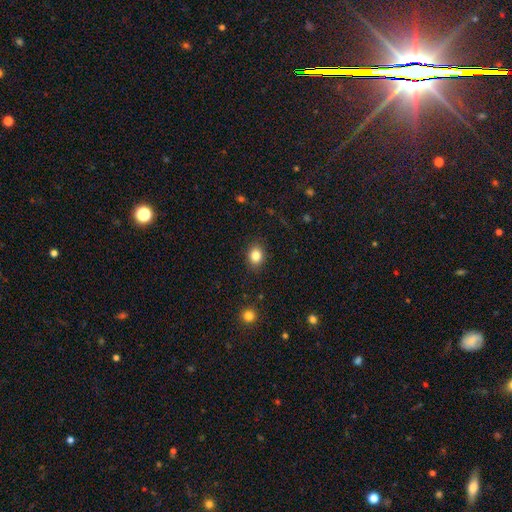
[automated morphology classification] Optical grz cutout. It shows a smooth galaxy with no disk features (84%) that is in between round and cigar-shaped (52%). Merging: none (88%).